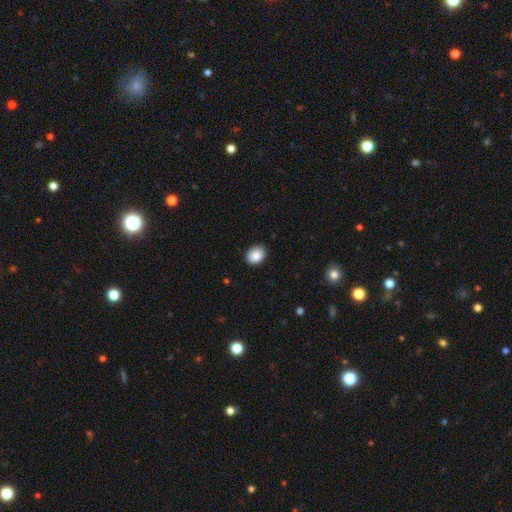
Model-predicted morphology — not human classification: type=smooth (88%); roundness=in between (61%); merging=none (89%).